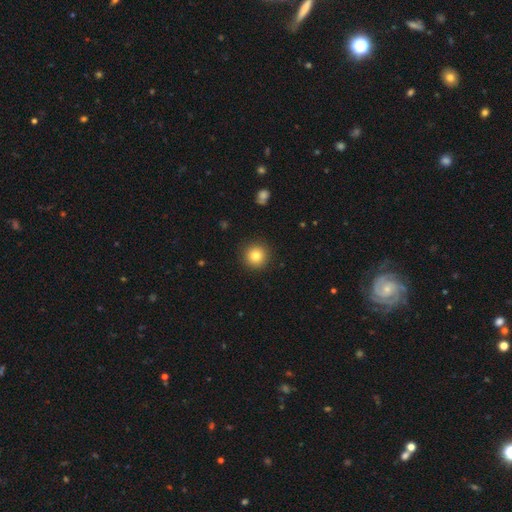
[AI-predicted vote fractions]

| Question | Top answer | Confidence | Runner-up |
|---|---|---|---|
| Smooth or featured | smooth | 82% | star or artifact (10%) |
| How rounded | round | 95% | in between (4%) |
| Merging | none | 91% | minor disturbance (6%) |